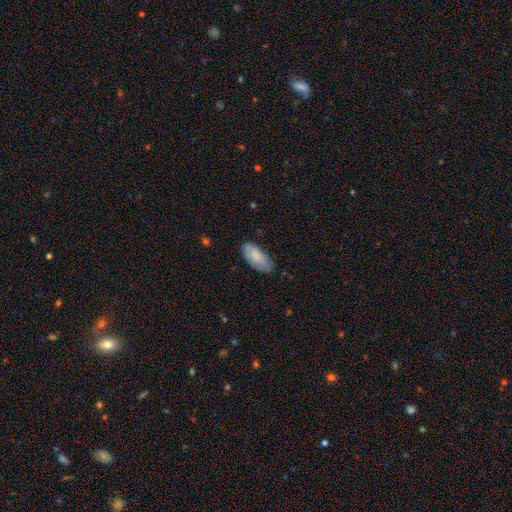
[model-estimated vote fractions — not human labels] smooth_or_featured: smooth (p=0.76) [alt: featured or disk p=0.18]
how_rounded: in between (p=0.91) [alt: cigar-shaped p=0.07]
merging: none (p=0.72) [alt: minor disturbance p=0.23]